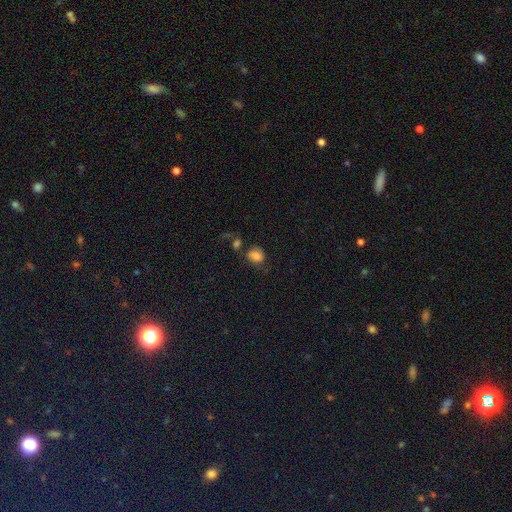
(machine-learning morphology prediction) smooth 79%, star or artifact 11%, featured or disk 10%. Down the decision tree: how rounded — round (63%); merging — none (55%).